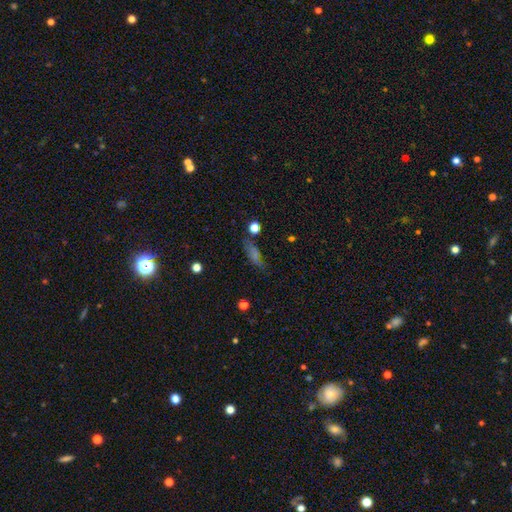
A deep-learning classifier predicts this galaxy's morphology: Smooth or featured? smooth (49%)
Merging? none (66%)